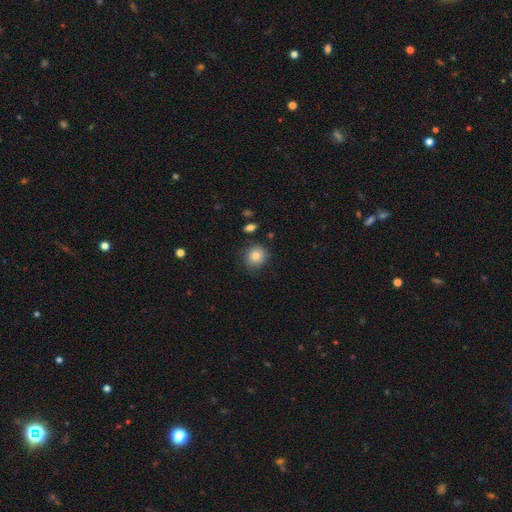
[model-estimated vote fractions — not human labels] Smooth or featured: smooth — 84% (star or artifact — 9%)
How rounded: round — 87% (in between — 12%)
Merging: none — 80% (minor disturbance — 14%)